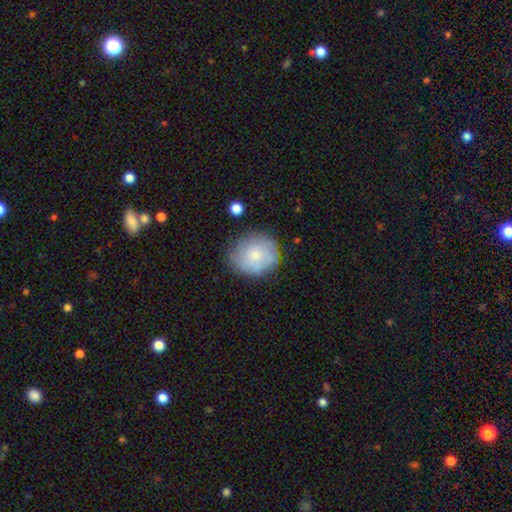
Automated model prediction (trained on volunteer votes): smooth_or_featured: smooth (p=0.61) [alt: featured or disk p=0.31]
how_rounded: round (p=0.84) [alt: in between p=0.15]
merging: none (p=0.76) [alt: minor disturbance p=0.17]